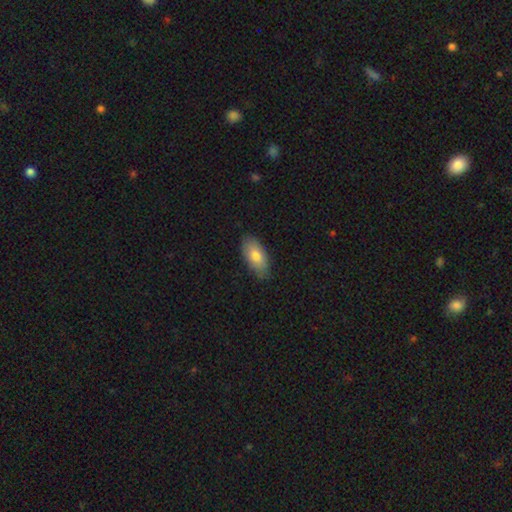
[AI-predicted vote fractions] smooth-or-featured: smooth: 78% | featured or disk: 15% | star or artifact: 6%
  how-rounded: in between: 92% | cigar-shaped: 5% | round: 3%
  merging: none: 81% | minor disturbance: 16% | major disturbance: 2% | merger: 1%